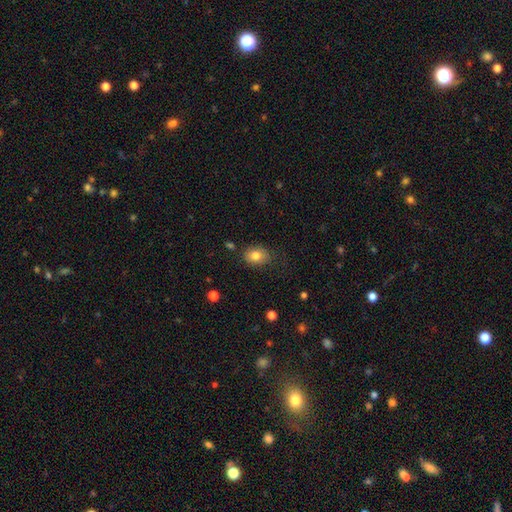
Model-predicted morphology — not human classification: A smooth galaxy with no disk features (80%) that is in between round and cigar-shaped (62%).

Vote fractions:
- Smooth or featured? smooth: 80% / featured or disk: 10% / star or artifact: 10%
- How rounded? in between: 62% / round: 37% / cigar-shaped: 1%
- Merging? none: 74% / minor disturbance: 19% / major disturbance: 5% / merger: 2%